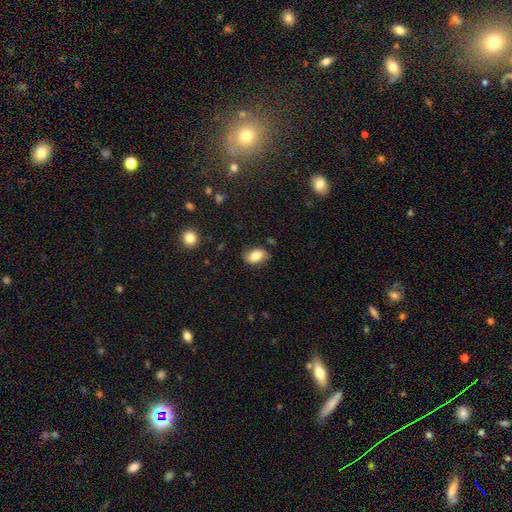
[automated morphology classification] This is likely a smooth galaxy (77%). How rounded: clearly in between (89%). Merging: likely none (76%).